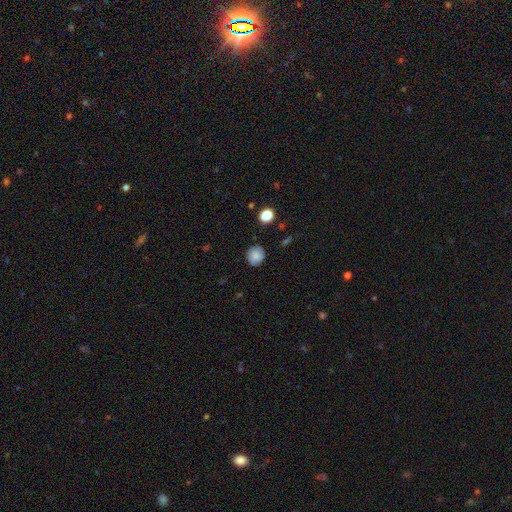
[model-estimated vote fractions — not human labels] Smooth or featured? Predicted: smooth (p=0.79). How rounded? Predicted: round (p=0.84). Merging? Predicted: none (p=0.83).